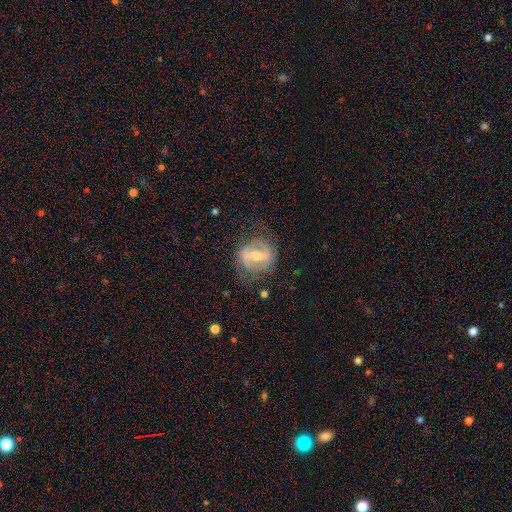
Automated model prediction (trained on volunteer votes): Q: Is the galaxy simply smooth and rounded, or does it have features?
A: featured or disk — 76%.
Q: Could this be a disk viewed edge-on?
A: no — 94%.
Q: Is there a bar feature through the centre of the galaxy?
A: strong — 52%.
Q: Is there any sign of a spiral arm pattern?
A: yes — 70%.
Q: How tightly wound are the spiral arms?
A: medium — 40%.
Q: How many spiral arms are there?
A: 2 — 73%.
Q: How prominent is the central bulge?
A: moderate — 65%.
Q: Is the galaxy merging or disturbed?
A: none — 67%.